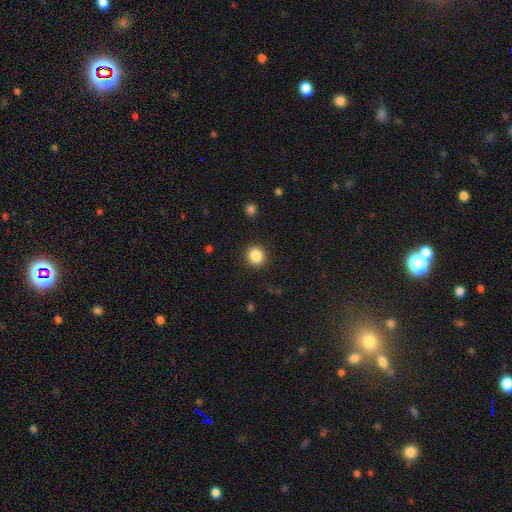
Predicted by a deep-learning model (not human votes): smooth 86%, star or artifact 10%, featured or disk 4%. Down the decision tree: how rounded — round (86%); merging — none (90%).